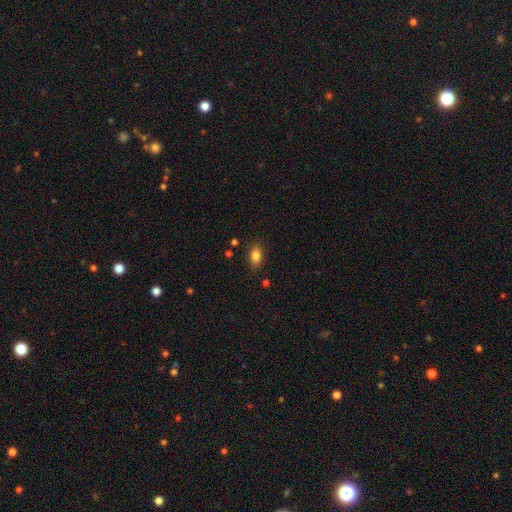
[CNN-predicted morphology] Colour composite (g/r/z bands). It shows a smooth galaxy with no disk features (83%) that is in between round and cigar-shaped (84%). Merging: none (84%).